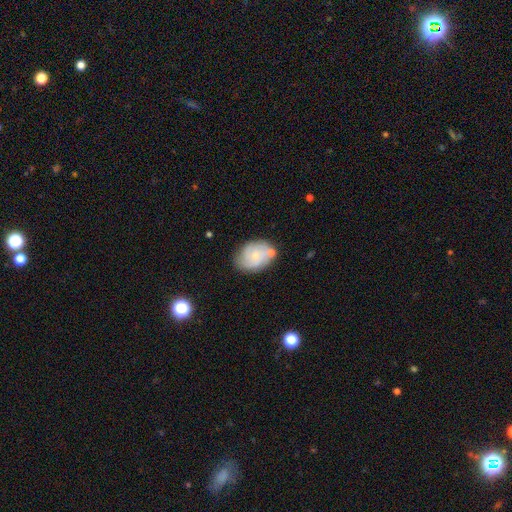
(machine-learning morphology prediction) Smooth or featured? featured or disk (50%)
Edge-on disk? no (97%)
Merging? none (66%)